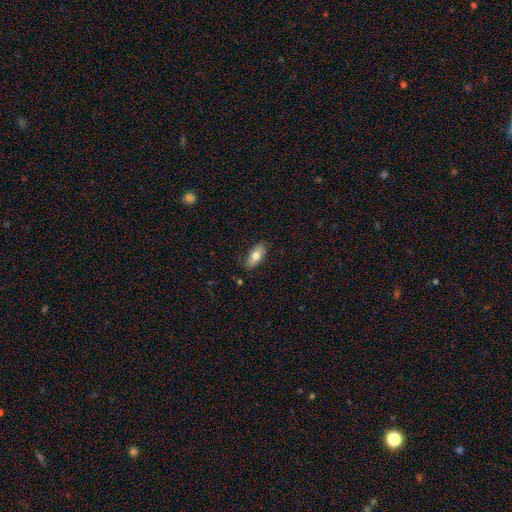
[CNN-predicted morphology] A smooth galaxy with no disk features (72%) that is in between round and cigar-shaped (87%).

Vote fractions:
- Smooth or featured? smooth: 72% / featured or disk: 21% / star or artifact: 7%
- How rounded? in between: 87% / cigar-shaped: 9% / round: 3%
- Merging? none: 78% / minor disturbance: 17% / major disturbance: 3% / merger: 1%